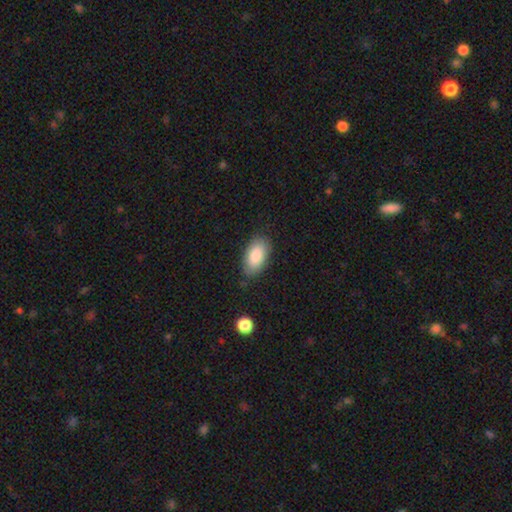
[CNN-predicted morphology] Smooth or featured? Predicted: smooth (p=0.86). How rounded? Predicted: in between (p=0.94). Merging? Predicted: none (p=0.81).